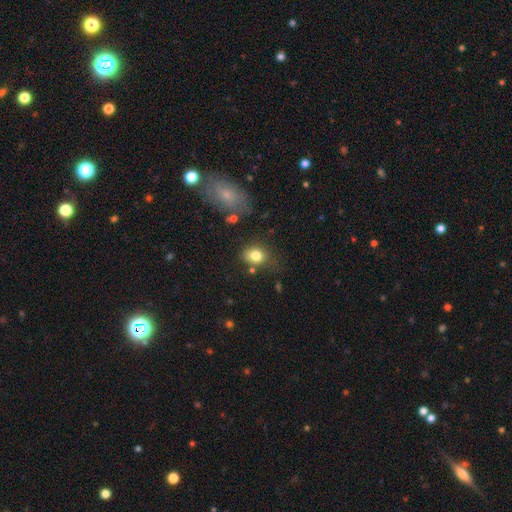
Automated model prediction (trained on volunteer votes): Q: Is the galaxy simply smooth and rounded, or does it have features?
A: smooth — 81%.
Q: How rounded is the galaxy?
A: in between — 61%.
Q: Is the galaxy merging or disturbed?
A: none — 63%.